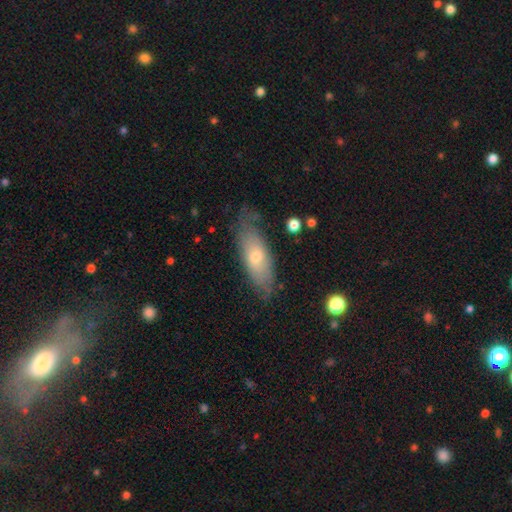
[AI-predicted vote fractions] Smooth or featured: smooth — 58% (featured or disk — 35%)
How rounded: in between — 67% (cigar-shaped — 31%)
Merging: none — 71% (minor disturbance — 21%)